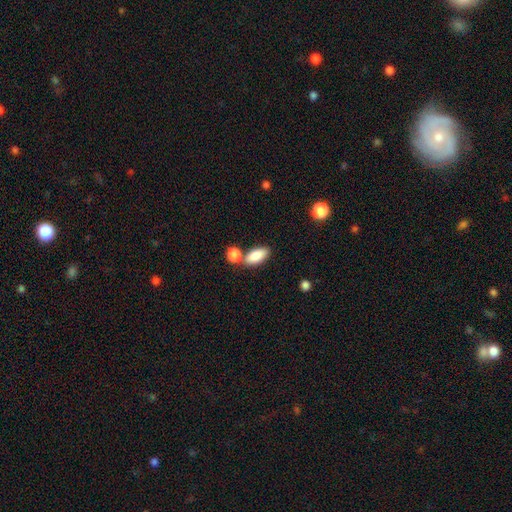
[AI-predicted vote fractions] smooth-or-featured: smooth: 86% | featured or disk: 7% | star or artifact: 7%
  how-rounded: in between: 88% | cigar-shaped: 8% | round: 4%
  merging: none: 62% | merger: 23% | minor disturbance: 11% | major disturbance: 3%